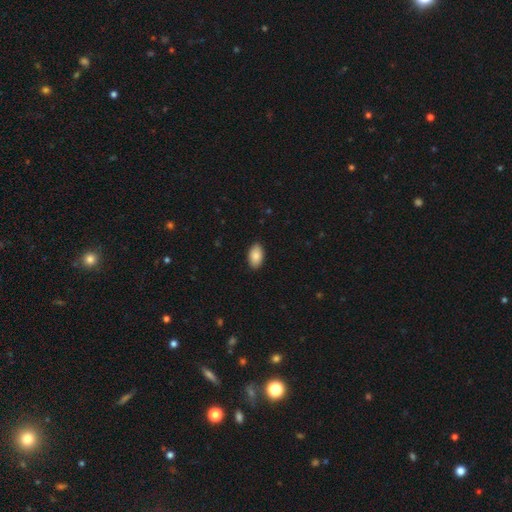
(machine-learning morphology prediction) smooth_or_featured: smooth (p=0.86) [alt: featured or disk p=0.07]
how_rounded: in between (p=0.93) [alt: round p=0.05]
merging: none (p=0.89) [alt: minor disturbance p=0.09]